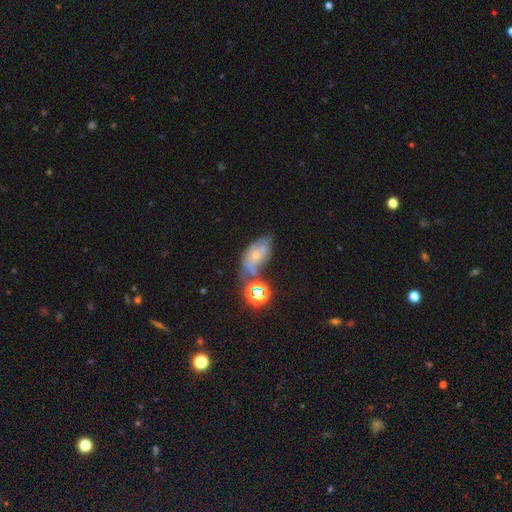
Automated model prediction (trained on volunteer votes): This appears to be a featured or disk galaxy (44%). Merging: none (32%).